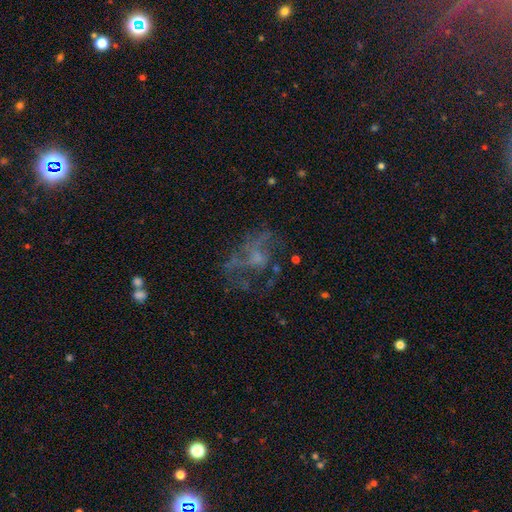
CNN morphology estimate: Smooth or featured? Predicted: featured or disk (p=0.57). Edge-on disk? Predicted: no (p=0.97). Bar? Predicted: no (p=0.79). Spiral arms? Predicted: no (p=0.64). Bulge size? Predicted: none (p=0.52). Merging? Predicted: none (p=0.42).